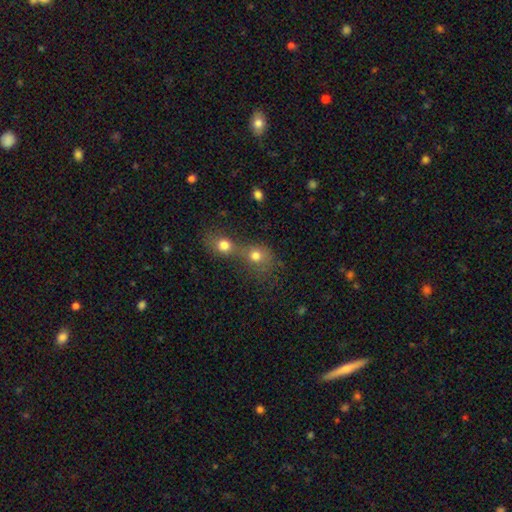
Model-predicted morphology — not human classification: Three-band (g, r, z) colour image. It shows a smooth galaxy with no disk features (76%) that is round (77%). Merging: merger (64%).